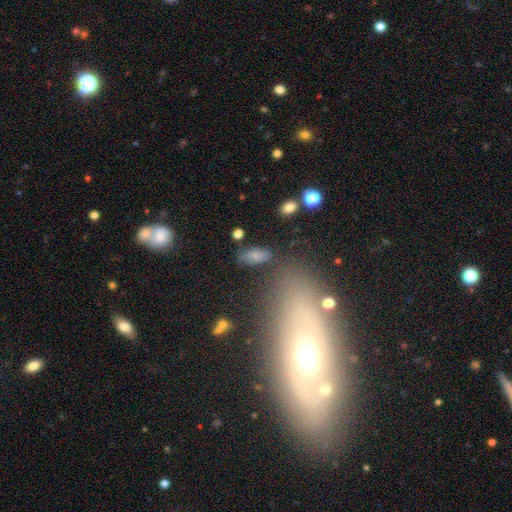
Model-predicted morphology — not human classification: This is likely a smooth galaxy (75%). How rounded: clearly in between (89%). Merging: likely none (69%).